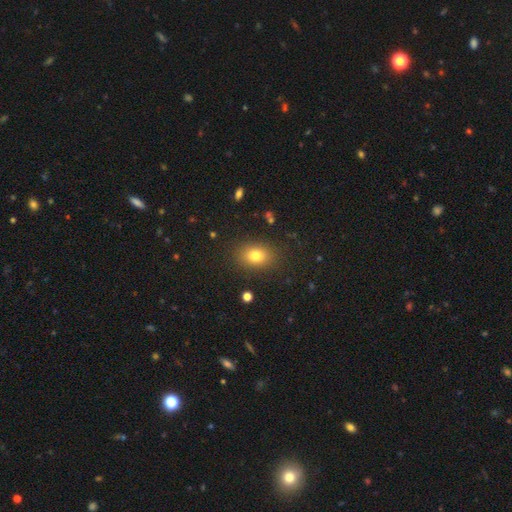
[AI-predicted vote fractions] smooth 79%, star or artifact 12%, featured or disk 9%. Down the decision tree: how rounded — in between (70%); merging — none (85%).